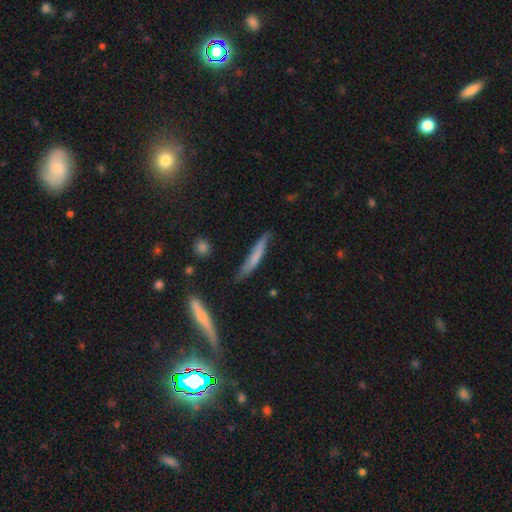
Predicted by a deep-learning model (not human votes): smooth 61%, featured or disk 32%, star or artifact 7%. Down the decision tree: how rounded — cigar-shaped (93%); merging — none (70%).